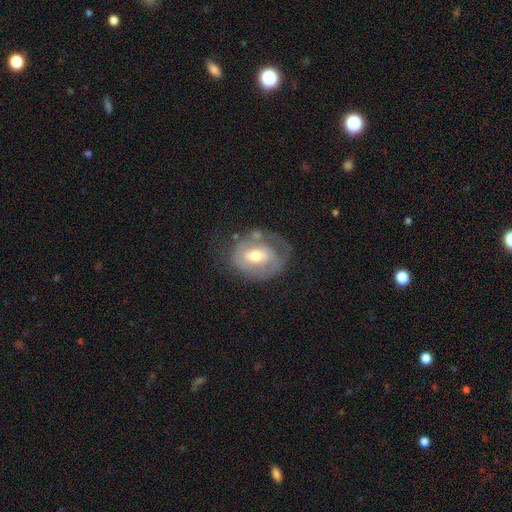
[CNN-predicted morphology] smooth-or-featured: featured or disk: 65% | smooth: 28% | star or artifact: 7%
  disk-edge-on: no: 95% | yes: 5%
    bar: no: 45% | weak: 39% | strong: 16%
    has-spiral-arms: yes: 61% | no: 39%
    bulge-size: moderate: 67% | small: 24% | large: 7% | none: 1% | dominant: 1%
  merging: none: 48% | minor disturbance: 26% | major disturbance: 21% | merger: 5%